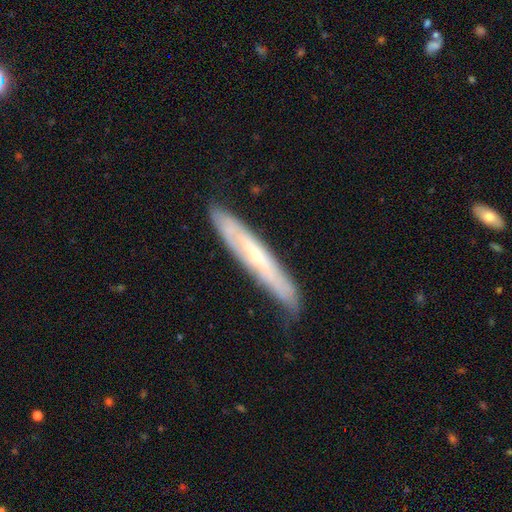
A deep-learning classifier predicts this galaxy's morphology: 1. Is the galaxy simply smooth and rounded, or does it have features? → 62% featured or disk, 32% smooth, 6% star or artifact.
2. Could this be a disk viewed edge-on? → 68% yes, 32% no.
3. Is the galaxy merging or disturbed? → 74% none, 21% minor disturbance, 4% major disturbance, 2% merger.